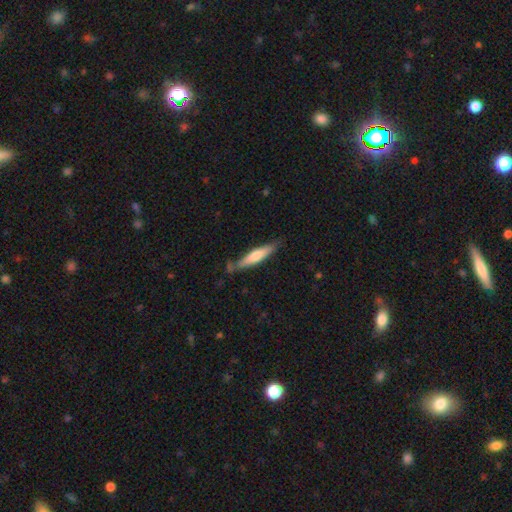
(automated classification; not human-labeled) Morphology: type=smooth (61%); roundness=cigar-shaped (85%); merging=none (72%).